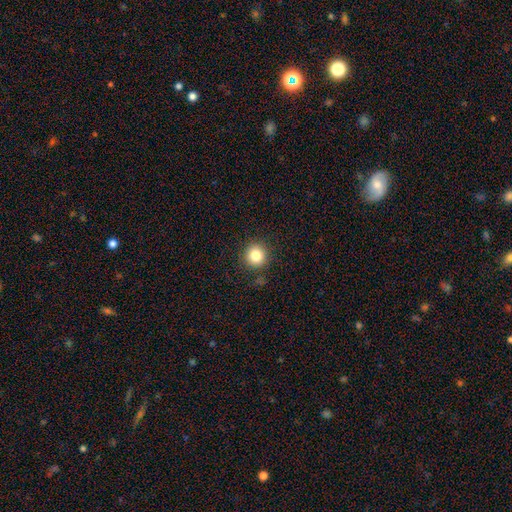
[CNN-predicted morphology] This appears to be a smooth galaxy with no disk features (82%) that is round (94%). Merging: none (89%).